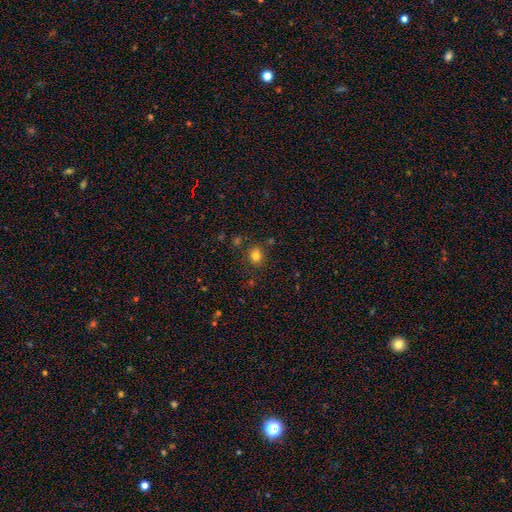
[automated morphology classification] Smooth or featured: smooth — 79% (star or artifact — 14%)
How rounded: round — 69% (in between — 30%)
Merging: none — 83% (minor disturbance — 10%)